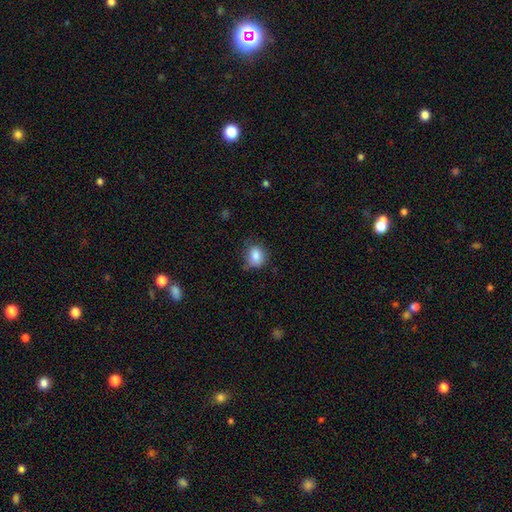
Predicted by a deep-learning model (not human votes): smooth 84%, star or artifact 9%, featured or disk 7%. Down the decision tree: how rounded — round (58%); merging — none (64%).